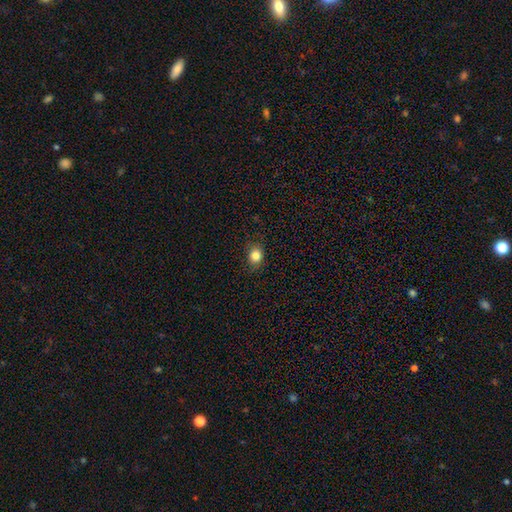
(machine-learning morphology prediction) This appears to be a smooth galaxy with no disk features (83%) that is round (68%). Merging: none (84%).